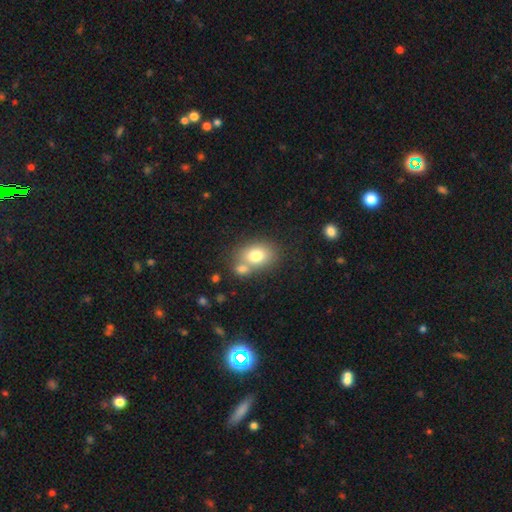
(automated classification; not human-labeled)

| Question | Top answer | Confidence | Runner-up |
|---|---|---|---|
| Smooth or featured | smooth | 76% | featured or disk (14%) |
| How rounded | in between | 66% | round (33%) |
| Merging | none | 48% | merger (37%) |